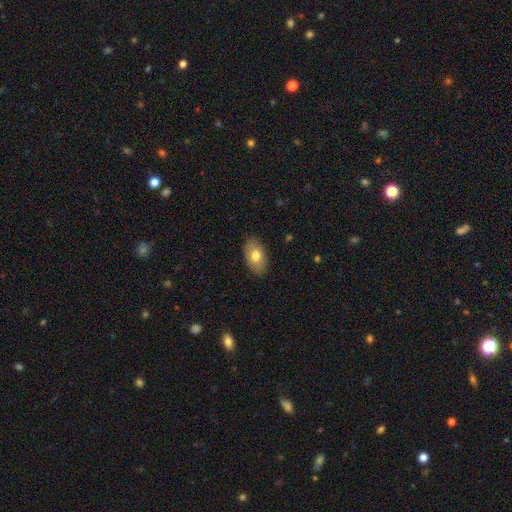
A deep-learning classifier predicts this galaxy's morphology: This appears to be a smooth galaxy with no disk features (76%) that is in between round and cigar-shaped (92%). Merging: none (87%).